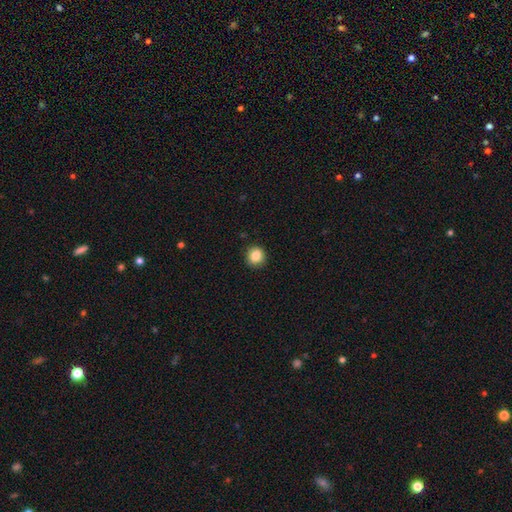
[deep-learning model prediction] Smooth or featured: smooth — 85% (star or artifact — 10%)
How rounded: round — 92% (in between — 7%)
Merging: none — 92% (minor disturbance — 5%)